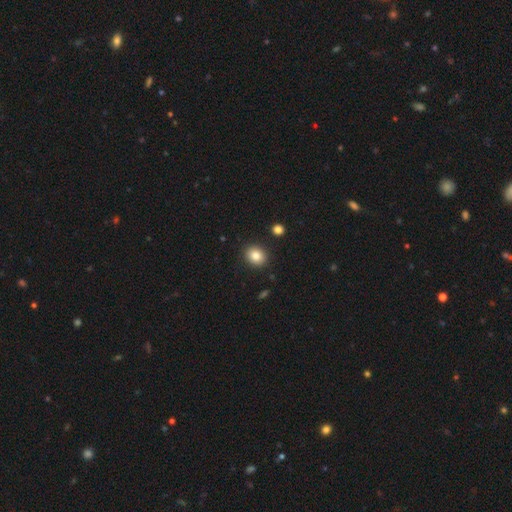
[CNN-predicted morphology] A smooth galaxy with no disk features (84%) that is round (64%). Merging: none (89%).